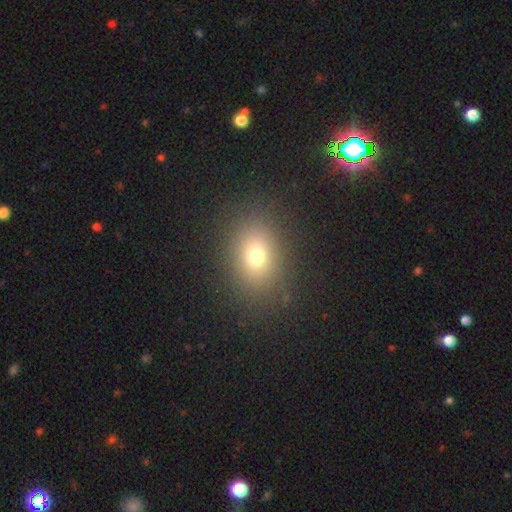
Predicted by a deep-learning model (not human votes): Smooth or featured? Predicted: smooth (p=0.72). How rounded? Predicted: in between (p=0.57). Merging? Predicted: none (p=0.86).